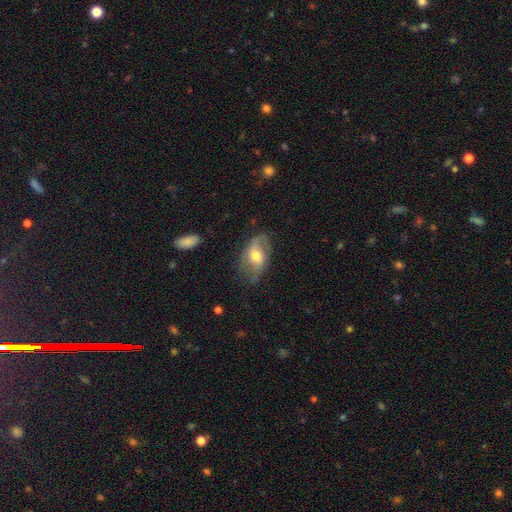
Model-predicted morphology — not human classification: A featured or disk galaxy (59%) with no bar (49%), spiral arms (77%) and a moderate central bulge (70%).

Vote fractions:
- Smooth or featured? featured or disk: 59% / smooth: 34% / star or artifact: 7%
- Edge-on disk? no: 92% / yes: 8%
- Bar? no: 49% / weak: 38% / strong: 13%
- Spiral arms? yes: 77% / no: 23%
- Bulge size? moderate: 70% / small: 15% / large: 12% / none: 1% / dominant: 1%
- Merging? none: 57% / minor disturbance: 27% / major disturbance: 14% / merger: 2%